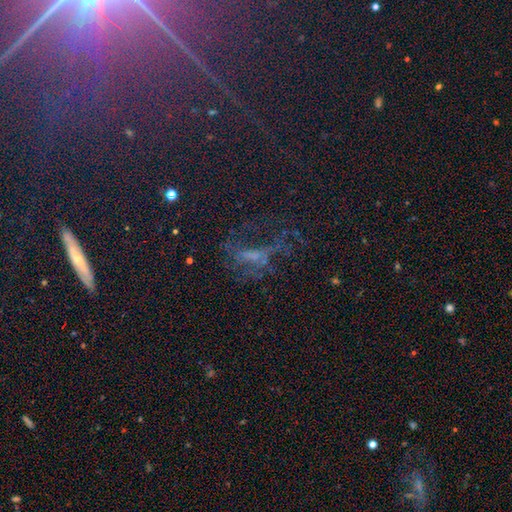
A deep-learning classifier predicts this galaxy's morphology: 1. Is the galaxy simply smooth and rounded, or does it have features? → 53% star or artifact, 29% featured or disk, 18% smooth.